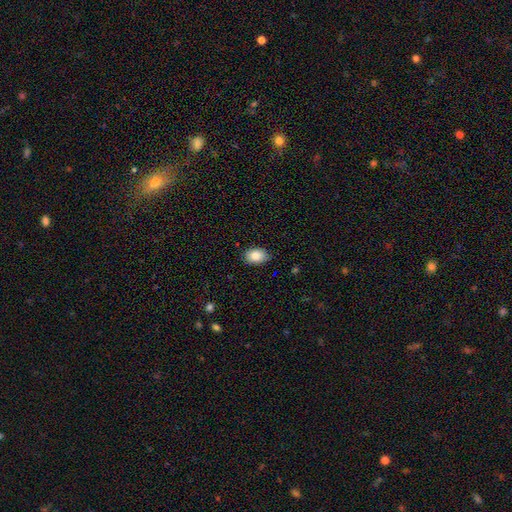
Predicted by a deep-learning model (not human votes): Smooth or featured?
  - smooth: 87% *
  - star or artifact: 8%
  - featured or disk: 5%
How rounded?
  - in between: 82% *
  - round: 17%
  - cigar-shaped: 1%
Merging?
  - none: 82% *
  - minor disturbance: 15%
  - major disturbance: 2%
  - merger: 1%